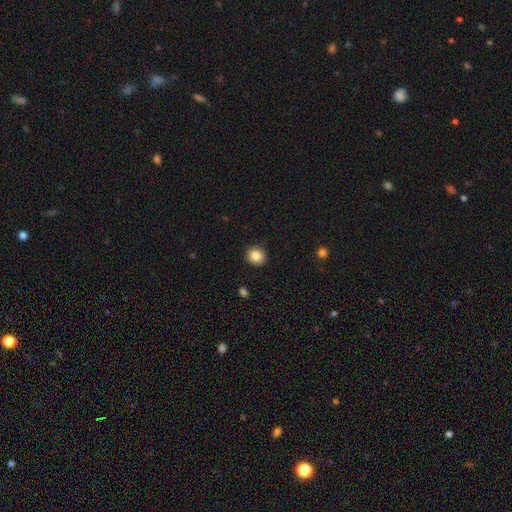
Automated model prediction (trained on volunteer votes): smooth_or_featured: smooth (p=0.86) [alt: star or artifact p=0.10]
how_rounded: round (p=0.80) [alt: in between p=0.19]
merging: none (p=0.91) [alt: minor disturbance p=0.06]